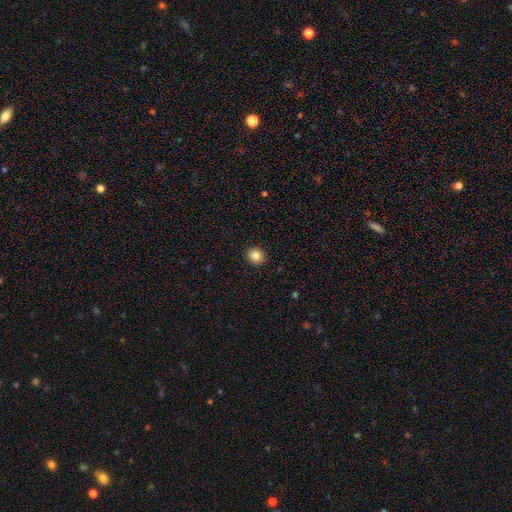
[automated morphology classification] A smooth galaxy with no disk features (84%) that is round (85%). Merging: none (92%).